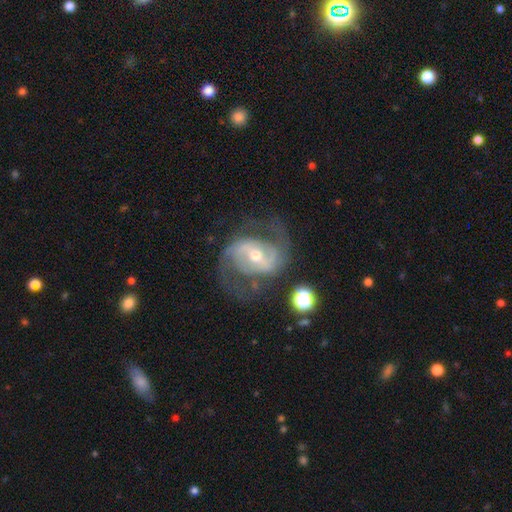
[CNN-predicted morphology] Smooth or featured? featured or disk (88%)
Edge-on disk? no (97%)
Bar? weak (40%)
Spiral arms? yes (95%)
Spiral winding? medium (55%)
Spiral arm count? 2 (91%)
Bulge size? moderate (58%)
Merging? none (70%)